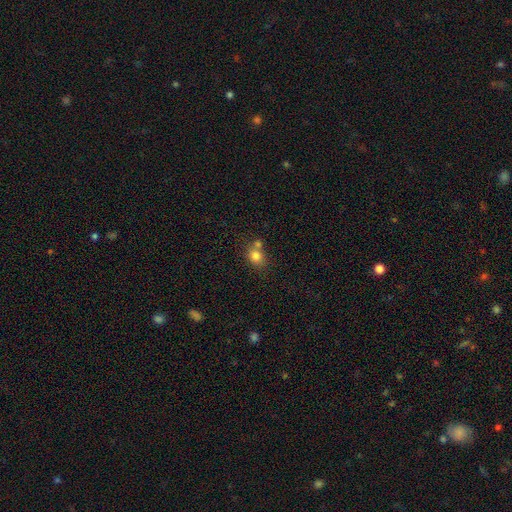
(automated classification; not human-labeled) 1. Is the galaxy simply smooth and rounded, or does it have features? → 80% smooth, 11% star or artifact, 9% featured or disk.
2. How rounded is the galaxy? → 66% round, 33% in between, 1% cigar-shaped.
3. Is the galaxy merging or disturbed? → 52% none, 32% merger, 11% minor disturbance, 4% major disturbance.